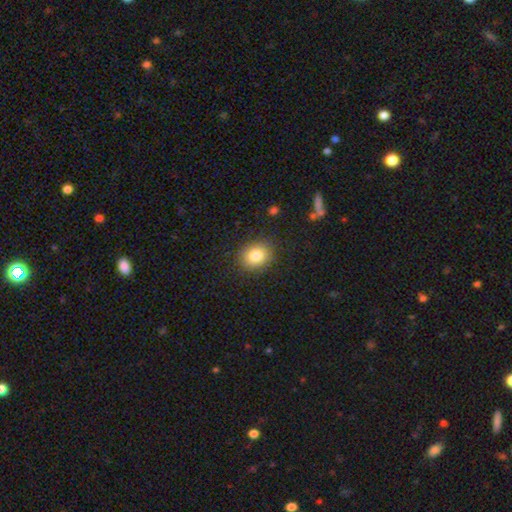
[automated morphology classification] smooth_or_featured: smooth (p=0.82) [alt: star or artifact p=0.10]
how_rounded: round (p=0.62) [alt: in between p=0.37]
merging: none (p=0.87) [alt: minor disturbance p=0.09]